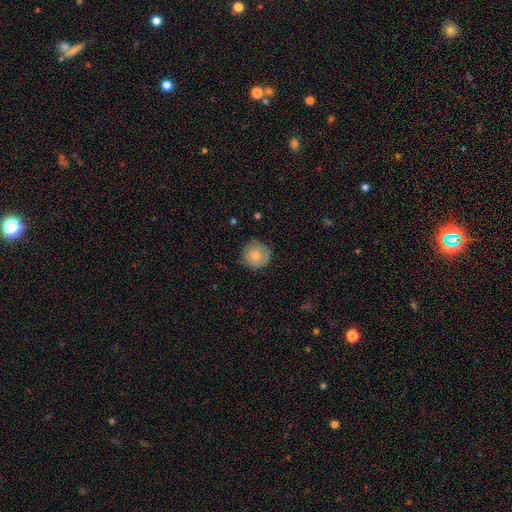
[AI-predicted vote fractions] Q: Smooth or featured?
A: smooth (73%); runner-up: featured or disk (20%)
Q: How rounded?
A: round (94%); runner-up: in between (5%)
Q: Merging?
A: none (78%); runner-up: minor disturbance (17%)